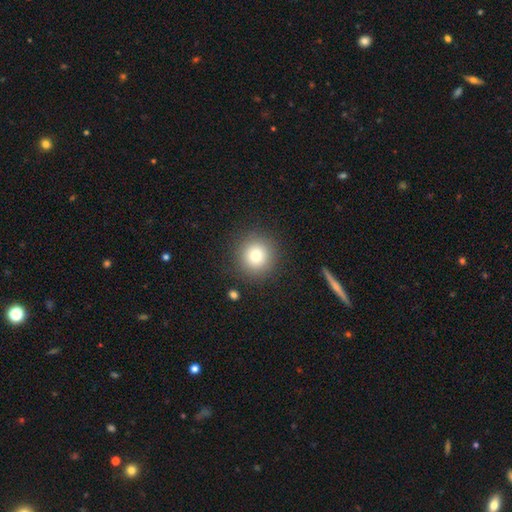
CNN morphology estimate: Smooth or featured? smooth (78%)
How rounded? round (93%)
Merging? none (88%)